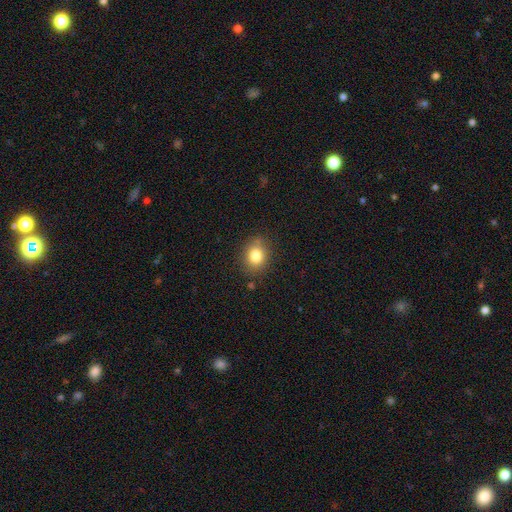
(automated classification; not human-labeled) Smooth or featured: smooth — 81% (star or artifact — 11%)
How rounded: round — 58% (in between — 41%)
Merging: none — 82% (minor disturbance — 13%)